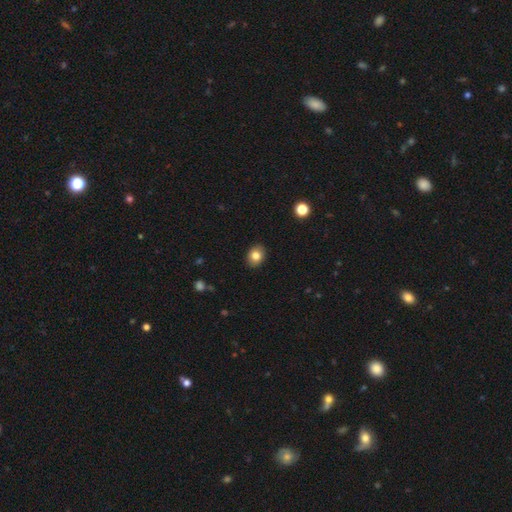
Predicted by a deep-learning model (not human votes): The model was most divided on "how rounded": in between: 55%, round: 44%, cigar-shaped: 1%. More confident: merging — none (89%); smooth or featured — smooth (82%).